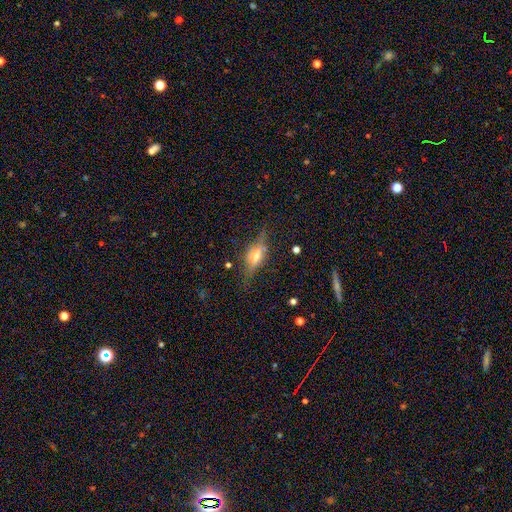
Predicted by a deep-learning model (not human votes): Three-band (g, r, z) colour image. It shows a featured or disk galaxy (63%) viewed edge-on (91%) with a rounded central bulge (85%). Merging: none (76%).